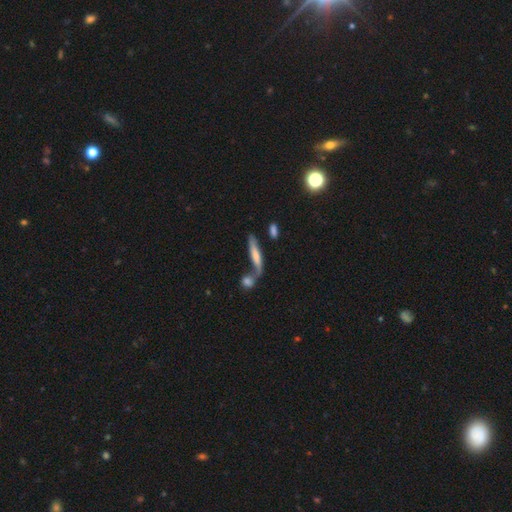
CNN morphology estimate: Q: Smooth or featured?
A: smooth (54%); runner-up: featured or disk (38%)
Q: How rounded?
A: cigar-shaped (77%); runner-up: in between (20%)
Q: Merging?
A: none (41%); runner-up: merger (37%)